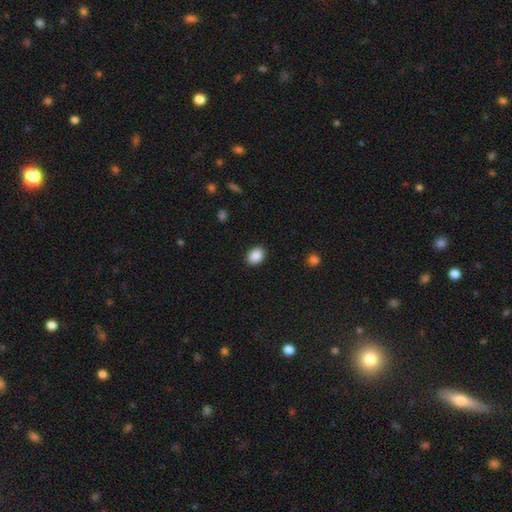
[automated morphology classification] This appears to be a smooth galaxy with no disk features (89%) that is in between round and cigar-shaped (71%). Merging: none (89%).